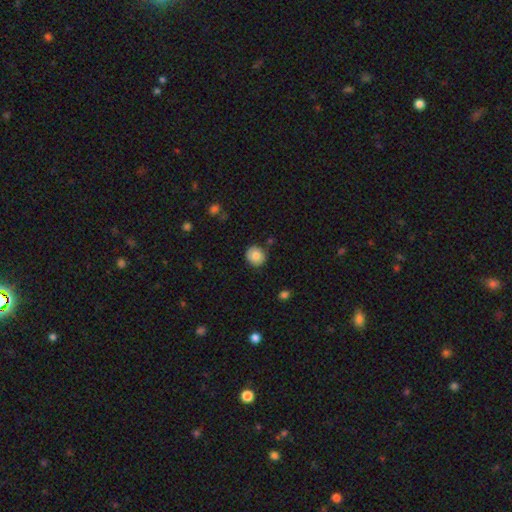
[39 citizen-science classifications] Smooth or featured? 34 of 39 (87%) said smooth. How rounded? 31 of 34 (91%) said round. Merging? 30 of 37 (81%) said none.